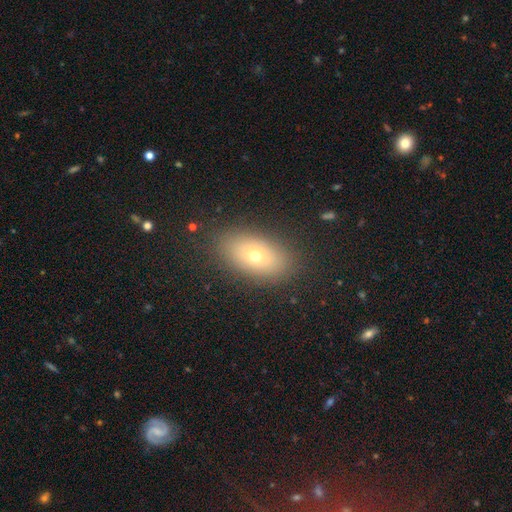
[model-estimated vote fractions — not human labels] smooth 67%, featured or disk 20%, star or artifact 13%. Down the decision tree: how rounded — in between (85%); merging — none (86%).